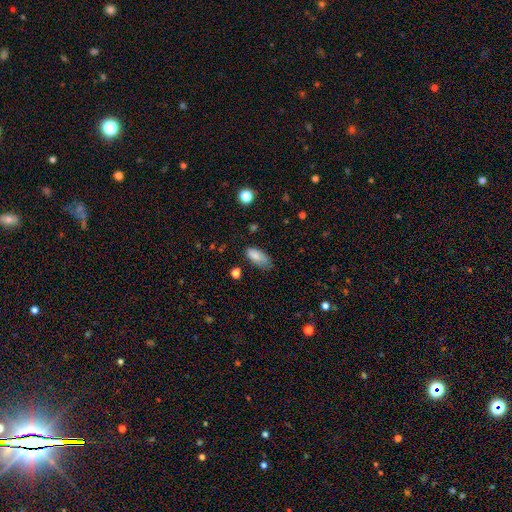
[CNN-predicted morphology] A smooth galaxy with no disk features (84%) that is in between round and cigar-shaped (86%). Merging: none (55%).